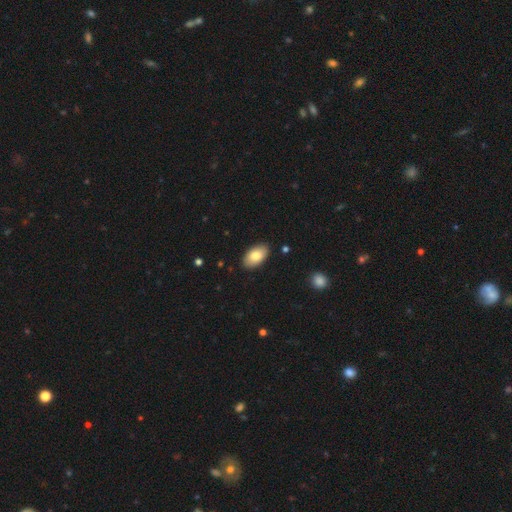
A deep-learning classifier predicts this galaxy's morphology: A smooth galaxy with no disk features (82%) that is in between round and cigar-shaped (95%). Merging: none (88%).